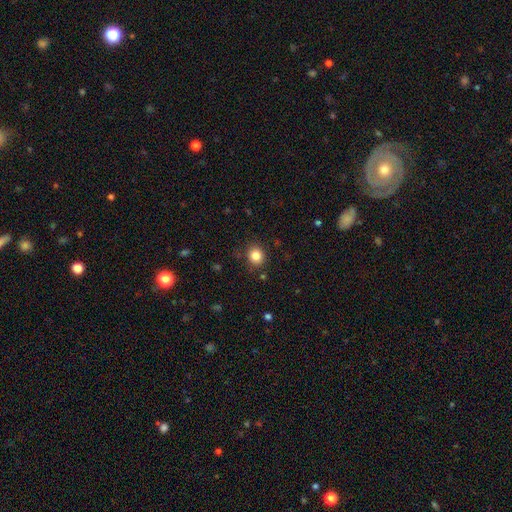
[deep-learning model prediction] smooth 84%, star or artifact 11%, featured or disk 5%. Down the decision tree: how rounded — round (78%); merging — none (86%).